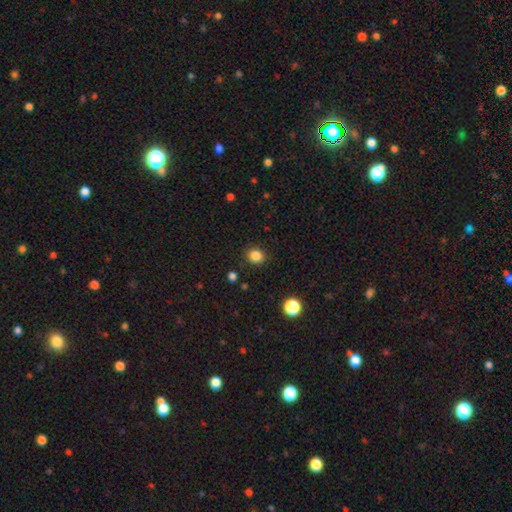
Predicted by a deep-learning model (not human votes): Overall: smooth (84%). How rounded: round (80%). Merging: none (89%).